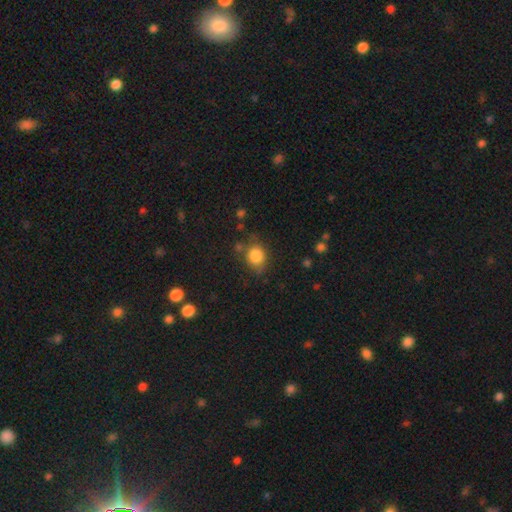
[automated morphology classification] A smooth galaxy with no disk features (83%) that is round (62%).

Vote fractions:
- Smooth or featured? smooth: 83% / star or artifact: 10% / featured or disk: 7%
- How rounded? round: 62% / in between: 37% / cigar-shaped: 1%
- Merging? none: 69% / minor disturbance: 21% / major disturbance: 6% / merger: 5%